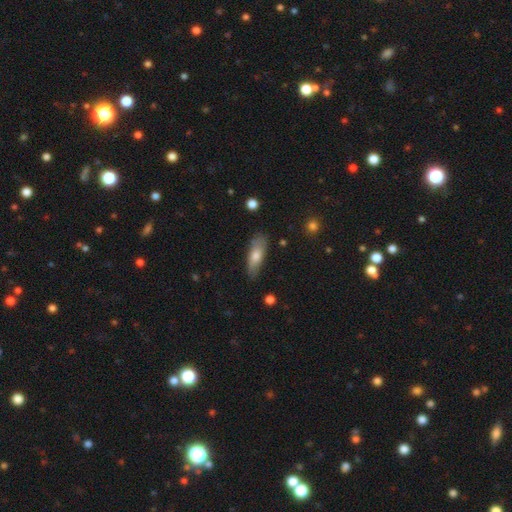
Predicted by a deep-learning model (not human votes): This appears to be a smooth galaxy with no disk features (70%) that is in between round and cigar-shaped (59%). Merging: none (74%).